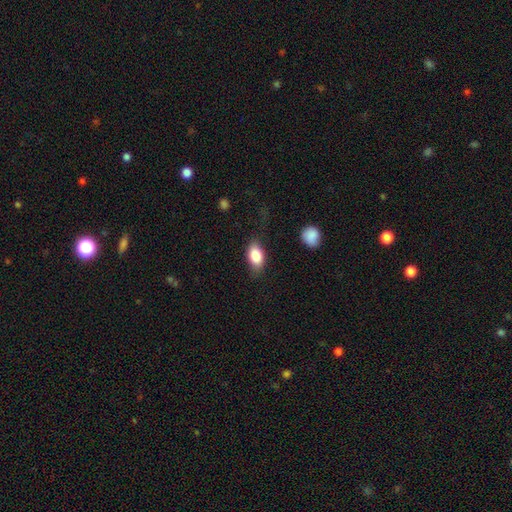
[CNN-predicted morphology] Smooth or featured? smooth (83%)
How rounded? in between (88%)
Merging? none (77%)